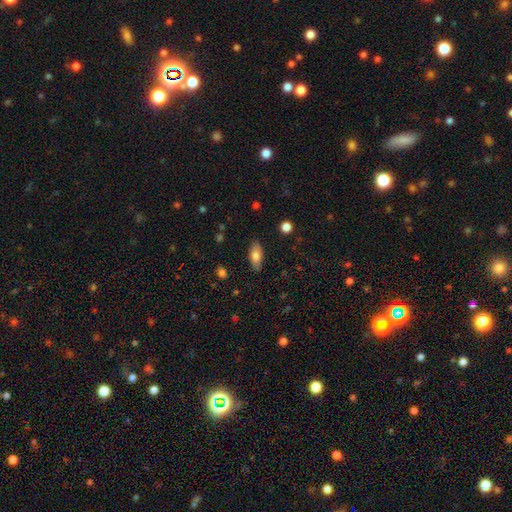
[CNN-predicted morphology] smooth 79%, featured or disk 14%, star or artifact 7%. Down the decision tree: how rounded — in between (80%); merging — none (84%).